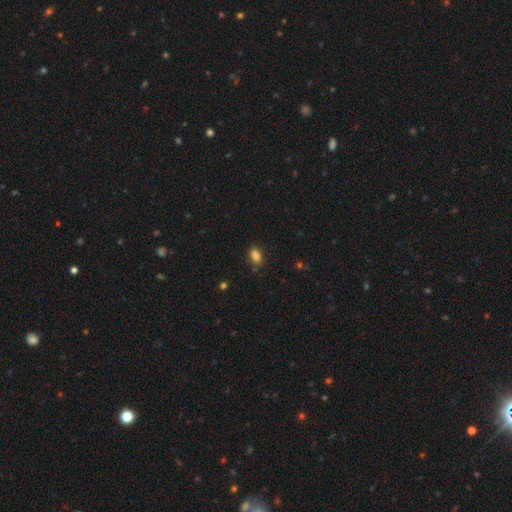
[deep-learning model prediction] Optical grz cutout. It shows a smooth galaxy with no disk features (86%) that is in between round and cigar-shaped (85%). Merging: none (82%).